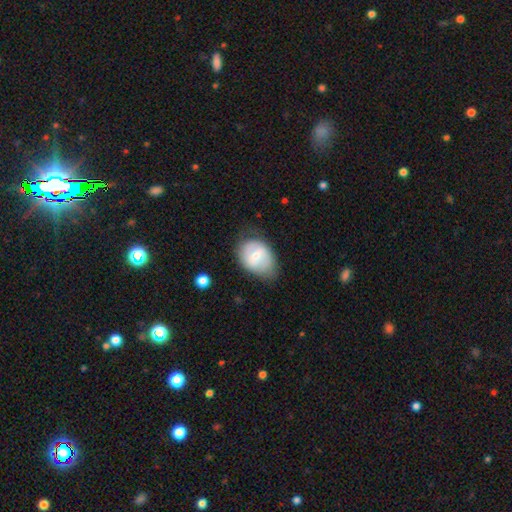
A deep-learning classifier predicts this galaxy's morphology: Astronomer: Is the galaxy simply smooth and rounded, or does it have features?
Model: smooth — 54% (runner-up: featured or disk, 39%).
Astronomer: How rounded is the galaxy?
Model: in between — 68%.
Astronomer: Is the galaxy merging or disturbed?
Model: none — 62%.